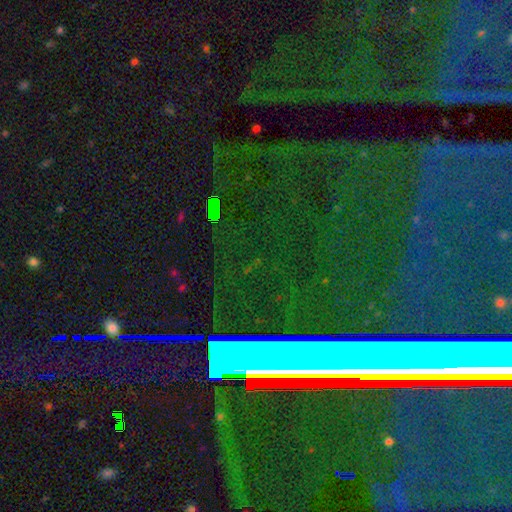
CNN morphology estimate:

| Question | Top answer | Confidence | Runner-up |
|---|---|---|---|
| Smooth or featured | star or artifact | 75% | featured or disk (13%) |